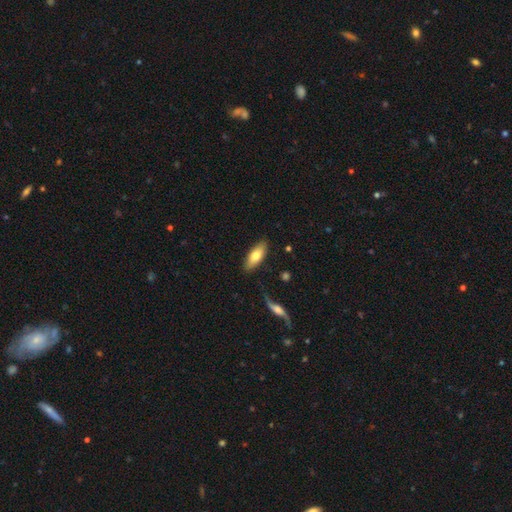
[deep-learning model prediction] This appears to be a smooth galaxy with no disk features (71%) that is in between round and cigar-shaped (75%). Merging: none (85%).